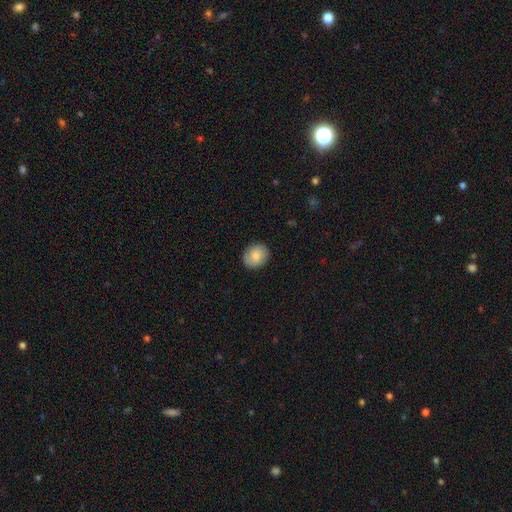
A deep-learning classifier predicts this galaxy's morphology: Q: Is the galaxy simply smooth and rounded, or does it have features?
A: smooth — 81%.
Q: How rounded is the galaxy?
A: round — 65%.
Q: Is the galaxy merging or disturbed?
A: none — 87%.